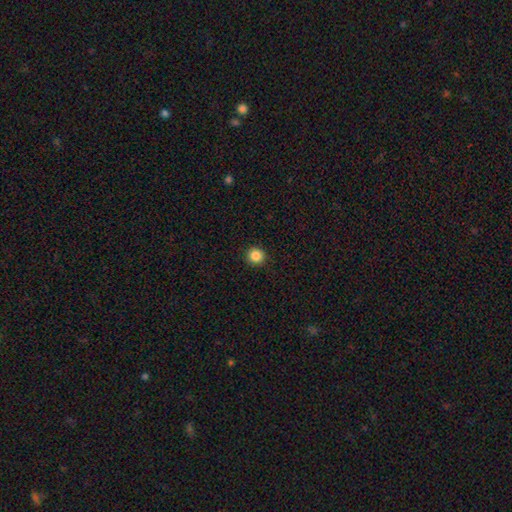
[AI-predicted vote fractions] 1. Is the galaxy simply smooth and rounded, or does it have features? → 86% smooth, 11% star or artifact, 3% featured or disk.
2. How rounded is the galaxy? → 95% round, 4% in between, 1% cigar-shaped.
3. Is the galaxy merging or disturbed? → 93% none, 5% minor disturbance, 2% major disturbance, 1% merger.